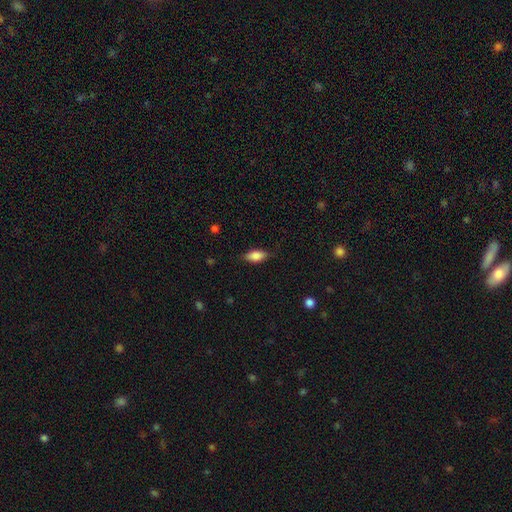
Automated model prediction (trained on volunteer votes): smooth 82%, featured or disk 11%, star or artifact 7%. Down the decision tree: how rounded — in between (86%); merging — none (80%).